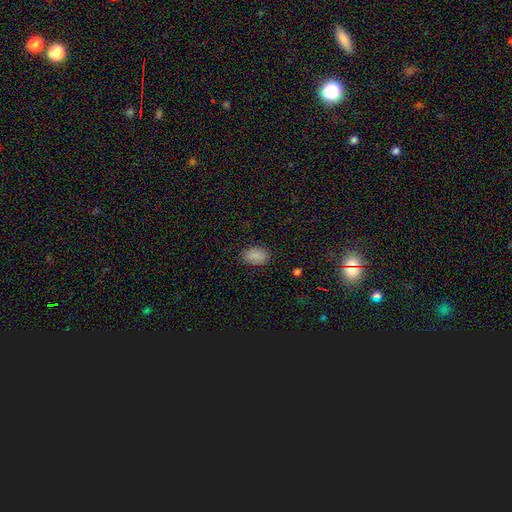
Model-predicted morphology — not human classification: Smooth or featured?
  - smooth: 87% *
  - star or artifact: 8%
  - featured or disk: 5%
How rounded?
  - in between: 90% *
  - round: 8%
  - cigar-shaped: 1%
Merging?
  - none: 85% *
  - minor disturbance: 11%
  - major disturbance: 3%
  - merger: 1%